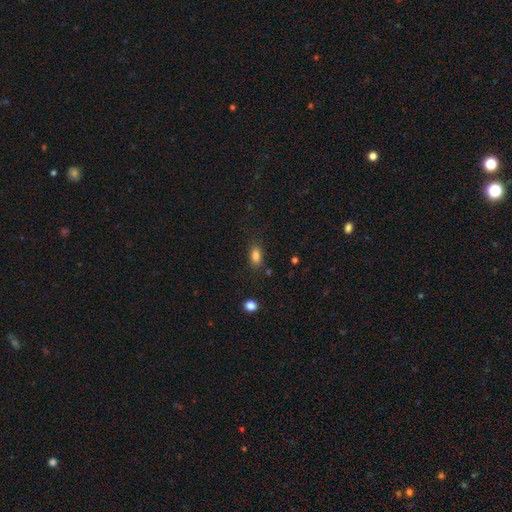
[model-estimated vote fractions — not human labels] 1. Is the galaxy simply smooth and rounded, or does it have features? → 84% smooth, 10% star or artifact, 5% featured or disk.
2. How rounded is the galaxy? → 86% in between, 9% round, 5% cigar-shaped.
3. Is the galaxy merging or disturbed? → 79% none, 14% minor disturbance, 4% major disturbance, 3% merger.